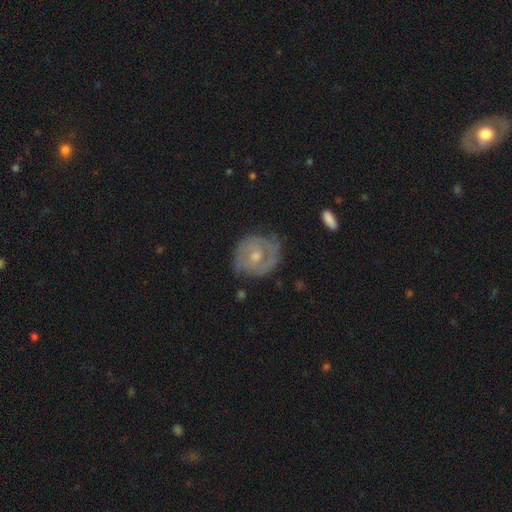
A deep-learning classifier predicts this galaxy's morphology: This appears to be a featured or disk galaxy (76%) with no bar (64%), 2 (53%) tight (64%) spiral arms (84%) and a moderate central bulge (61%). Merging: none (71%).